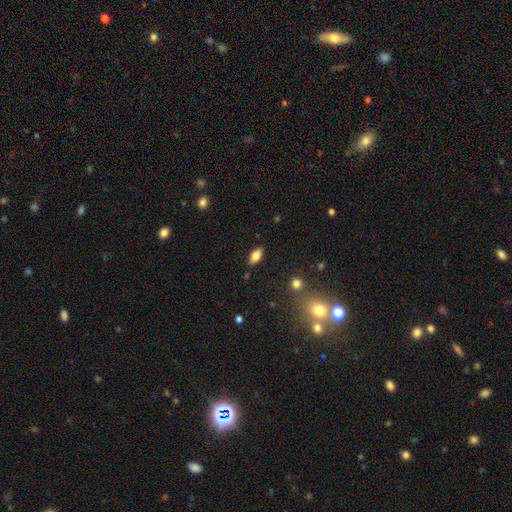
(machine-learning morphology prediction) Smooth or featured? smooth (80%)
How rounded? in between (89%)
Merging? none (86%)